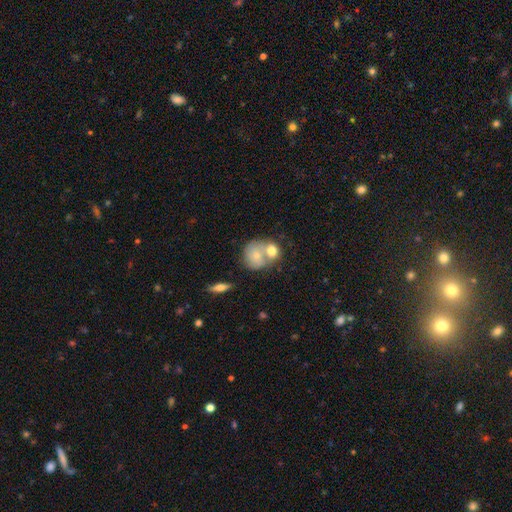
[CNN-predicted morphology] Overall: smooth (66%; featured or disk 26%). How rounded: round (73%). Merging: merger (59%; none 28%).